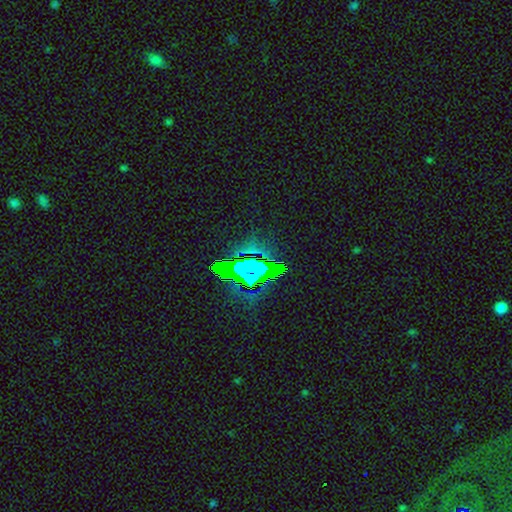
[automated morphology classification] type=star or artifact (67%).